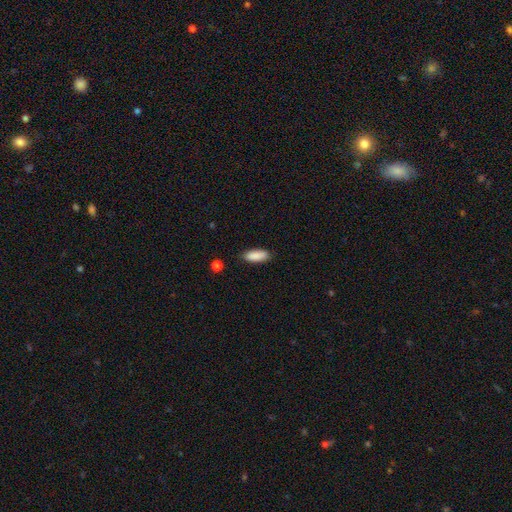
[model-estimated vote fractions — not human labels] This is clearly a smooth galaxy (89%). How rounded: likely in between (74%). Merging: clearly none (85%).